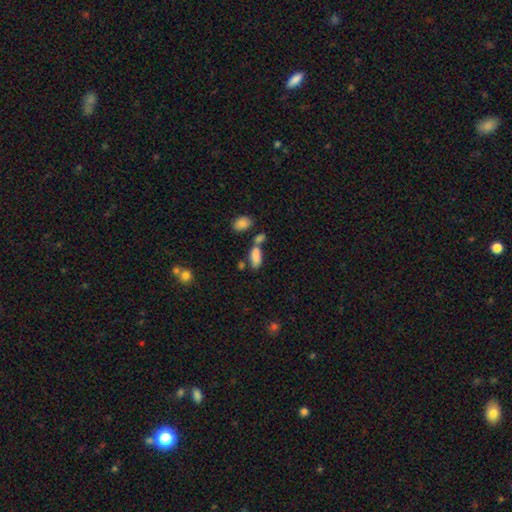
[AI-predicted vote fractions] Smooth or featured: smooth — 84% (star or artifact — 9%)
How rounded: in between — 86% (cigar-shaped — 10%)
Merging: none — 49% (merger — 30%)